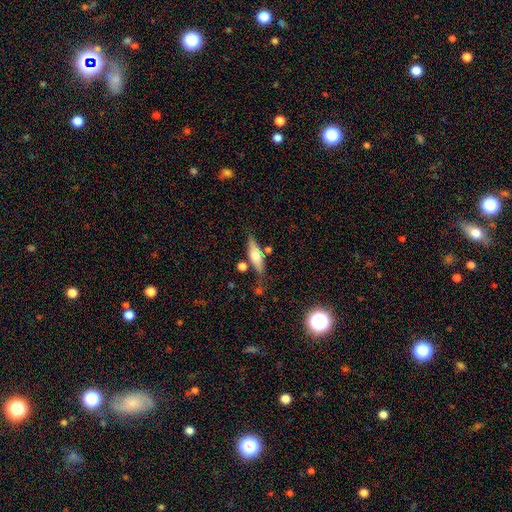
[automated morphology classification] The model was most divided on "smooth or featured": smooth: 51%, featured or disk: 43%, star or artifact: 7%. More confident: merging — none (67%); how rounded — cigar-shaped (53%).